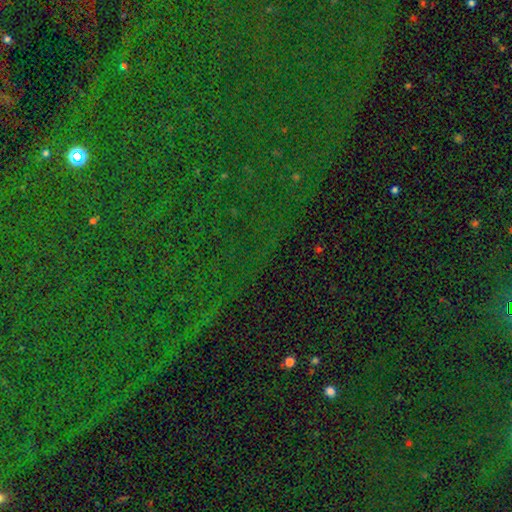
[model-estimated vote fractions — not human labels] Q: Smooth or featured?
A: star or artifact (85%); runner-up: smooth (8%)